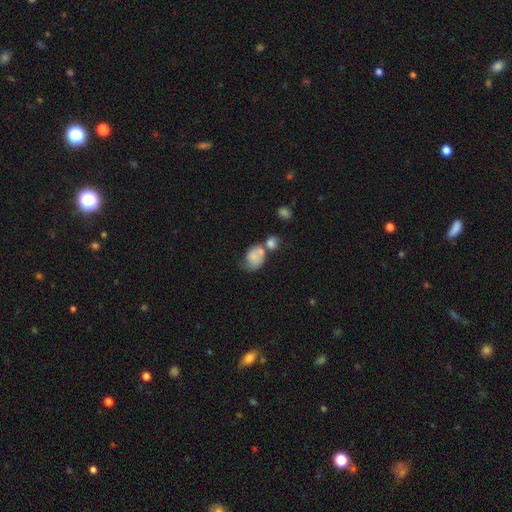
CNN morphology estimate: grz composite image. It shows a smooth galaxy with no disk features (66%) that is in between round and cigar-shaped (63%). Merging: merger (41%).